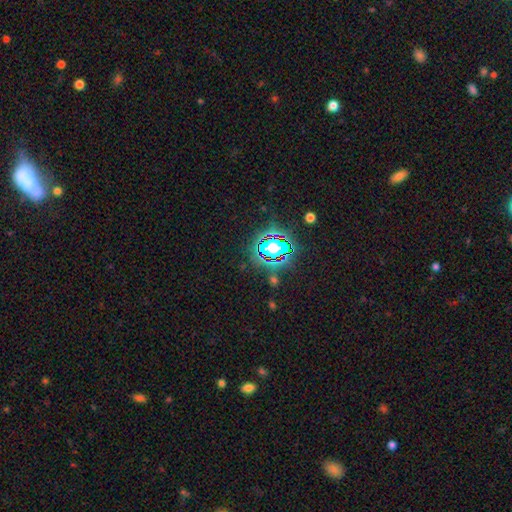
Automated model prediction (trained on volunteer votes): Overall: star or artifact (77%).